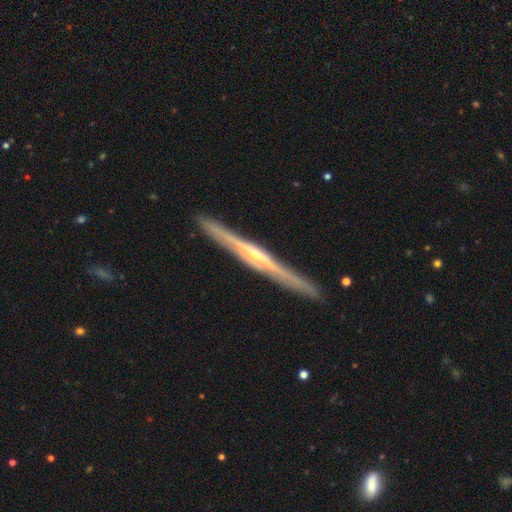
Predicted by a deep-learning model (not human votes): A featured or disk galaxy (85%) viewed edge-on (98%) with a rounded central bulge (76%). Merging: none (92%).